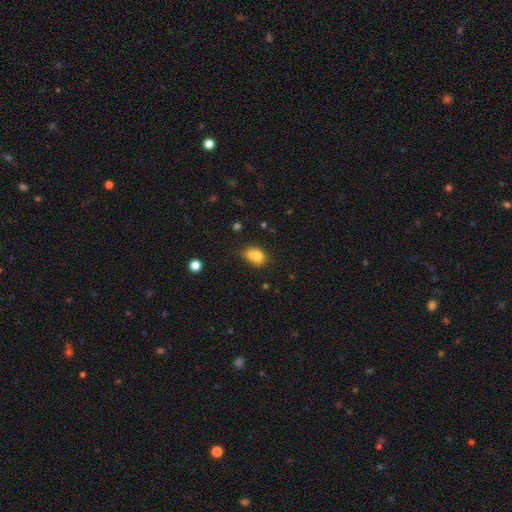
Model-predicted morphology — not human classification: type=smooth (73%); roundness=in between (51%); merging=merger (56%).